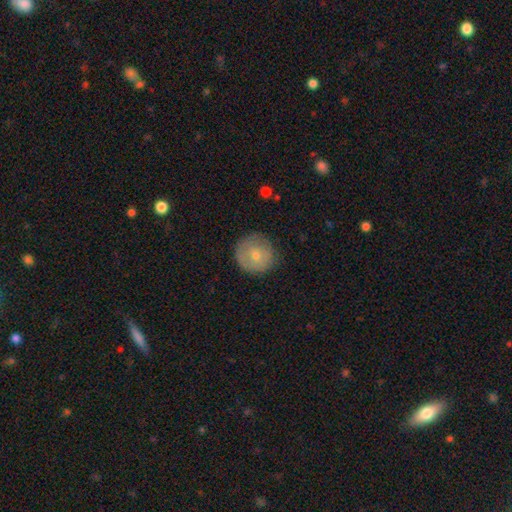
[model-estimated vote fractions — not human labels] Q: Smooth or featured?
A: smooth (68%); runner-up: featured or disk (25%)
Q: How rounded?
A: round (93%); runner-up: in between (6%)
Q: Merging?
A: none (78%); runner-up: minor disturbance (16%)